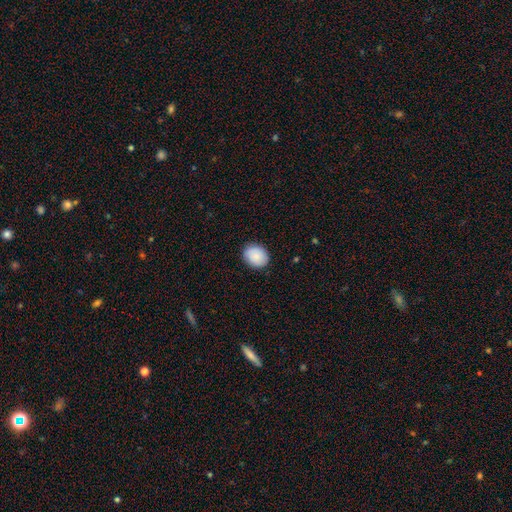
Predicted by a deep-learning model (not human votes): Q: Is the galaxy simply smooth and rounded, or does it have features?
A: smooth — 89%.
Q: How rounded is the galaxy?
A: round — 50%.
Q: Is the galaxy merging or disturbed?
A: none — 88%.